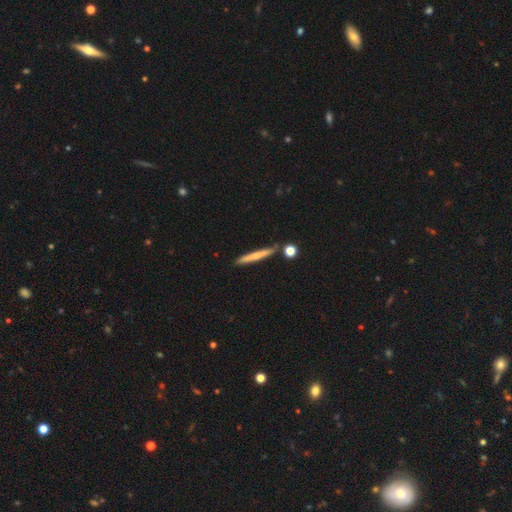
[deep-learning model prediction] Q: Smooth or featured?
A: smooth (59%); runner-up: featured or disk (35%)
Q: How rounded?
A: cigar-shaped (94%); runner-up: in between (4%)
Q: Merging?
A: none (83%); runner-up: minor disturbance (10%)